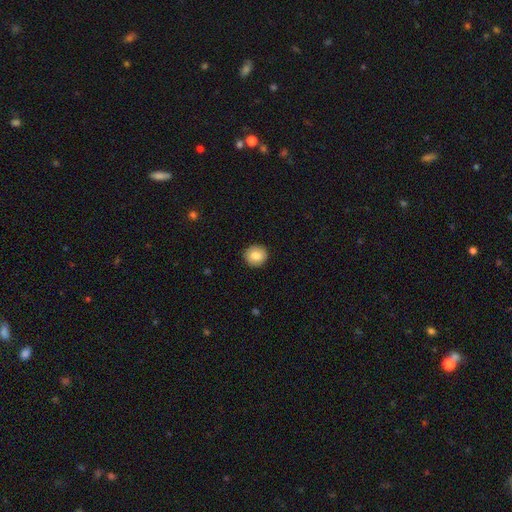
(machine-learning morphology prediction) Smooth or featured: smooth — 80% (featured or disk — 13%)
How rounded: round — 87% (in between — 12%)
Merging: none — 90% (minor disturbance — 8%)